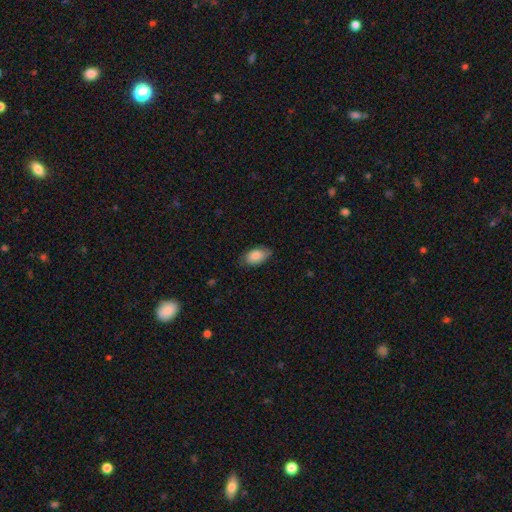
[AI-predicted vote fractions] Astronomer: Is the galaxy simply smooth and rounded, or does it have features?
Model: smooth — 86%.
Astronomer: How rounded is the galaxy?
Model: in between — 93%.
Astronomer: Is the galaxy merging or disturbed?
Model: none — 76%.